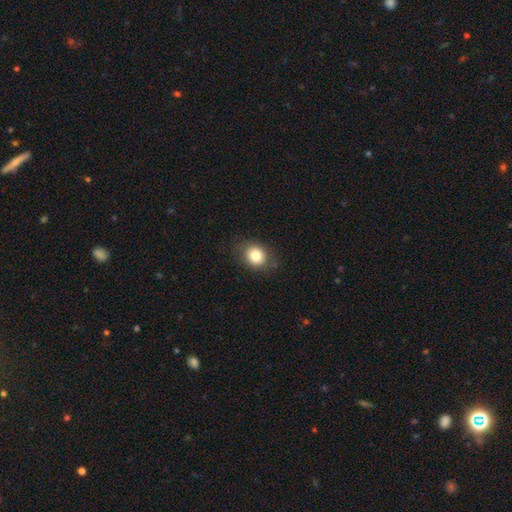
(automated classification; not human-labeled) smooth-or-featured: smooth: 79% | featured or disk: 11% | star or artifact: 10%
  how-rounded: round: 63% | in between: 36% | cigar-shaped: 1%
  merging: none: 81% | minor disturbance: 14% | major disturbance: 4% | merger: 1%